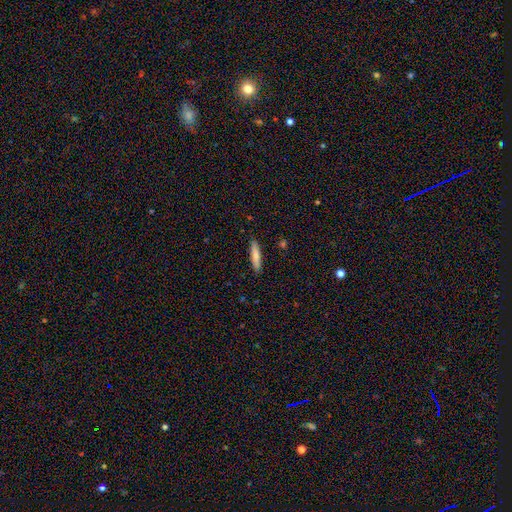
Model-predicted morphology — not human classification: The model was most divided on "smooth or featured": smooth: 76%, featured or disk: 18%, star or artifact: 6%. More confident: merging — none (90%); how rounded — cigar-shaped (85%).